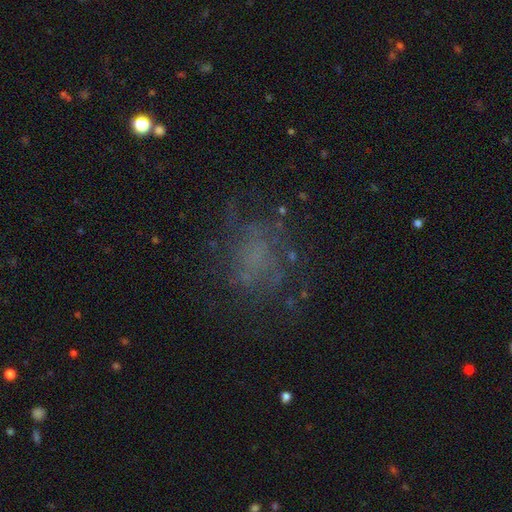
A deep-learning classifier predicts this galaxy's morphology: The model was most divided on "smooth or featured": featured or disk: 44%, smooth: 32%, star or artifact: 24%. More confident: merging — none (62%).